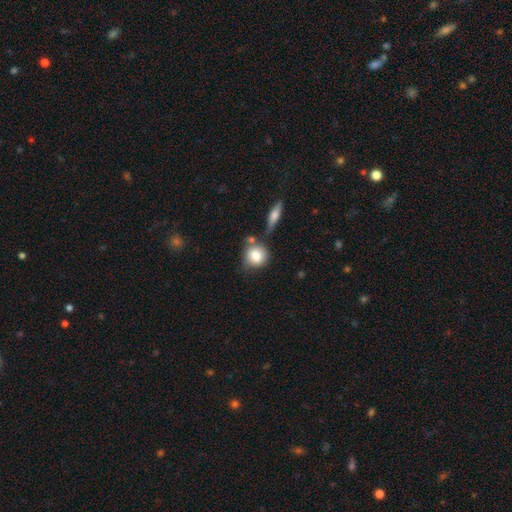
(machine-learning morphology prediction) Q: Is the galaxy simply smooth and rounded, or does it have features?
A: smooth — 79%.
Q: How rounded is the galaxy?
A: round — 78%.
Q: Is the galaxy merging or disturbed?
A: none — 58%.